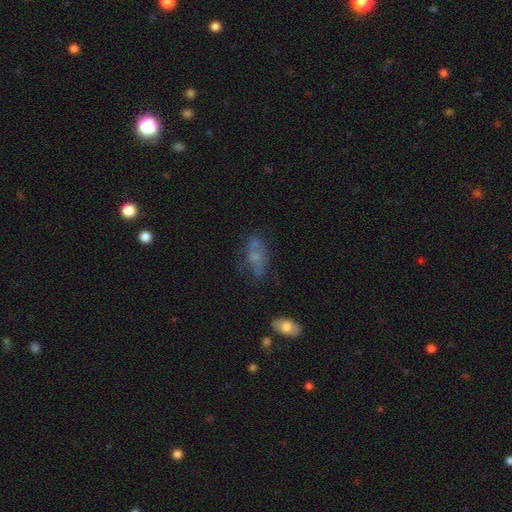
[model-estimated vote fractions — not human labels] smooth-or-featured: smooth: 43% | featured or disk: 41% | star or artifact: 16%
  merging: none: 53% | minor disturbance: 22% | major disturbance: 16% | merger: 9%